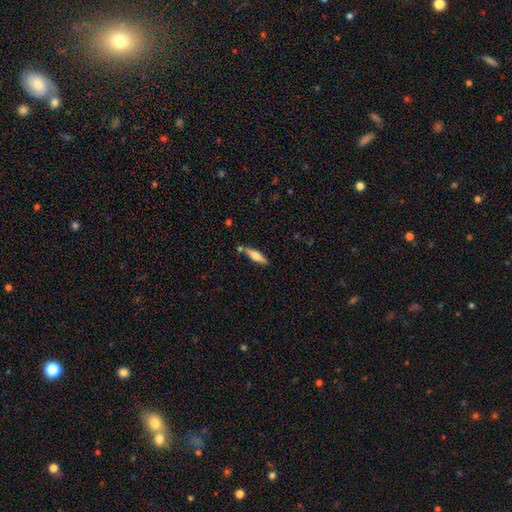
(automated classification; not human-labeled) Smooth or featured: smooth — 61% (featured or disk — 33%)
How rounded: cigar-shaped — 65% (in between — 33%)
Merging: none — 73% (minor disturbance — 15%)